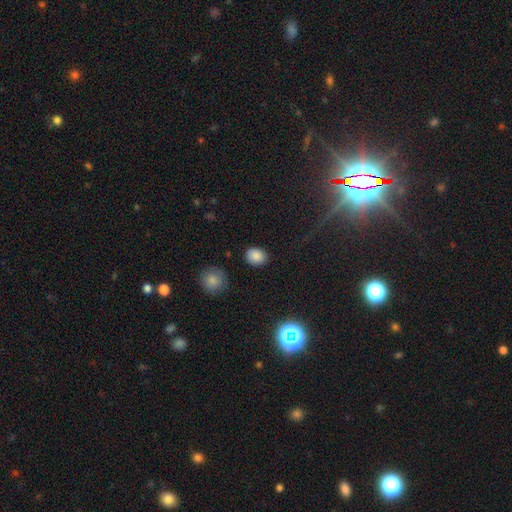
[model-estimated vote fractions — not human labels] Morphology: type=smooth (85%); roundness=in between (50%); merging=none (86%).